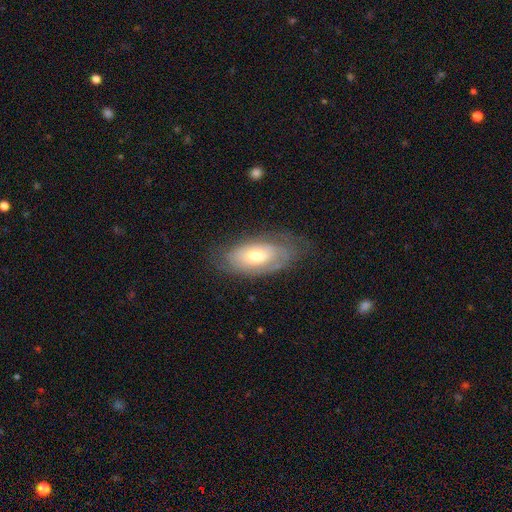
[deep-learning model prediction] This appears to be a featured or disk galaxy (47%). Merging: none (67%).